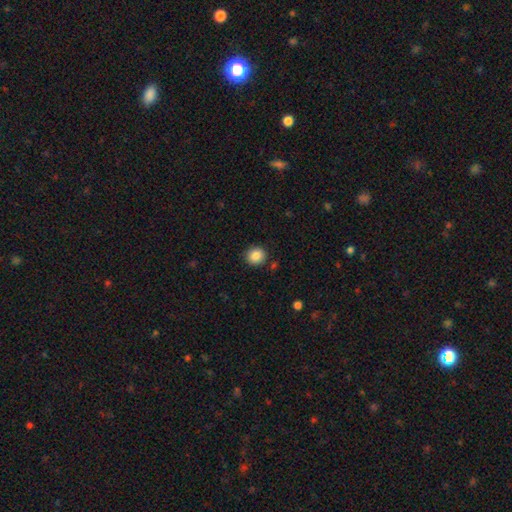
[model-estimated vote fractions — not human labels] Smooth or featured?
  - smooth: 87% *
  - star or artifact: 9%
  - featured or disk: 4%
How rounded?
  - round: 85% *
  - in between: 14%
  - cigar-shaped: 1%
Merging?
  - none: 88% *
  - minor disturbance: 7%
  - major disturbance: 2%
  - merger: 2%